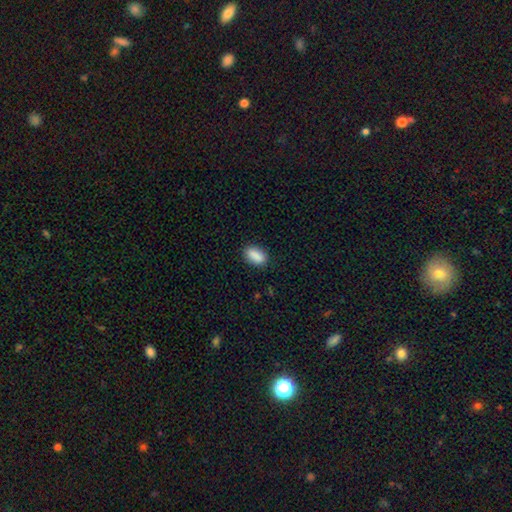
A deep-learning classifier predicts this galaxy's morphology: smooth-or-featured: smooth: 88% | star or artifact: 7% | featured or disk: 4%
  how-rounded: in between: 87% | cigar-shaped: 7% | round: 5%
  merging: none: 87% | minor disturbance: 10% | major disturbance: 2% | merger: 1%